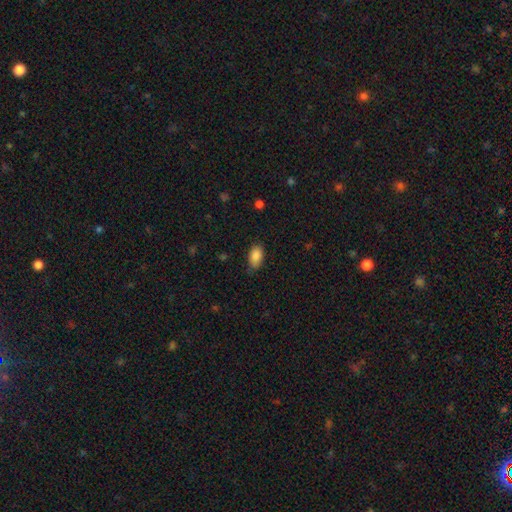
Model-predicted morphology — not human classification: Overall: smooth (88%). How rounded: in between (92%). Merging: none (75%).